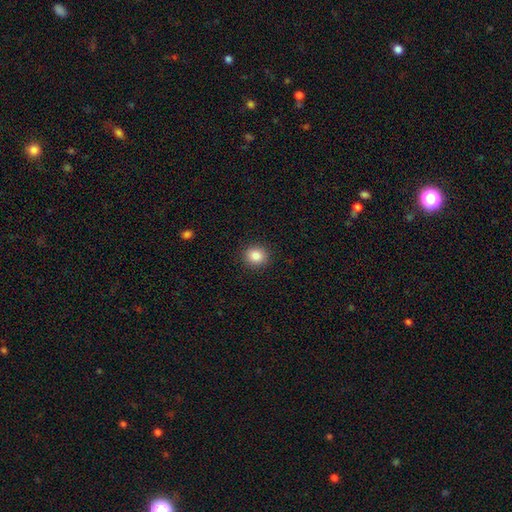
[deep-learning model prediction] Smooth or featured? Predicted: smooth (p=0.86). How rounded? Predicted: round (p=0.82). Merging? Predicted: none (p=0.91).